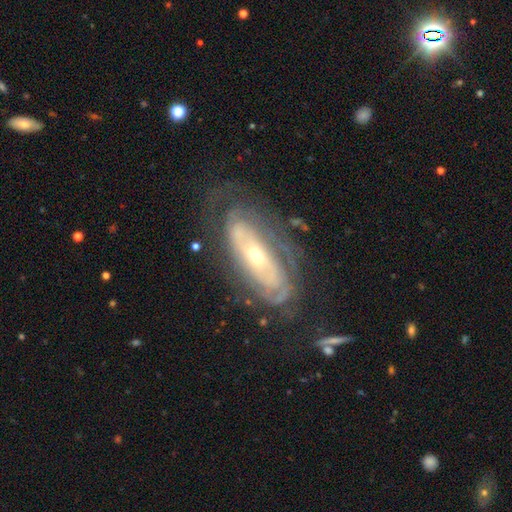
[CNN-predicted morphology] type=featured or disk (81%); edge-on=no (88%); bar=no (67%); spiral arms=yes (81%); winding=tight (71%); arm count=can't tell (53%); bulge=moderate (47%, tied with small); merging=none (68%).